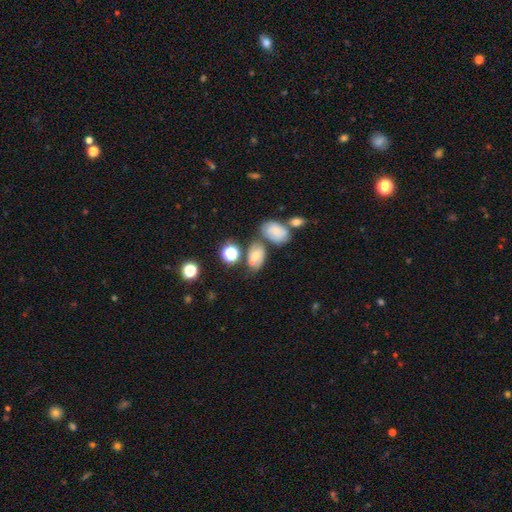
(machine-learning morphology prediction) smooth_or_featured: smooth (p=0.53) [alt: featured or disk p=0.26]
how_rounded: in between (p=0.70) [alt: round p=0.28]
merging: none (p=0.51) [alt: merger p=0.22]